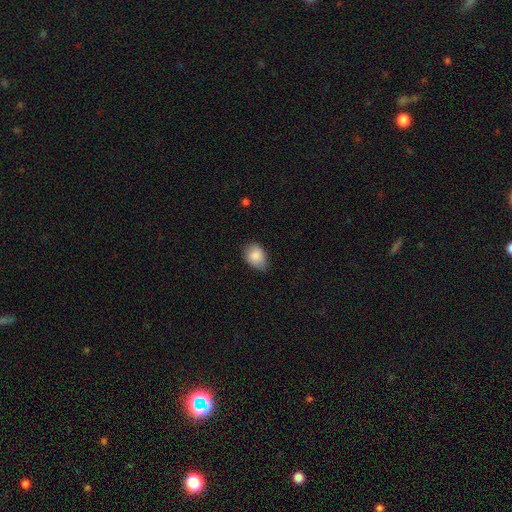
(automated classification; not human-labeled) Smooth or featured? Predicted: smooth (p=0.86). How rounded? Predicted: in between (p=0.75). Merging? Predicted: none (p=0.60).